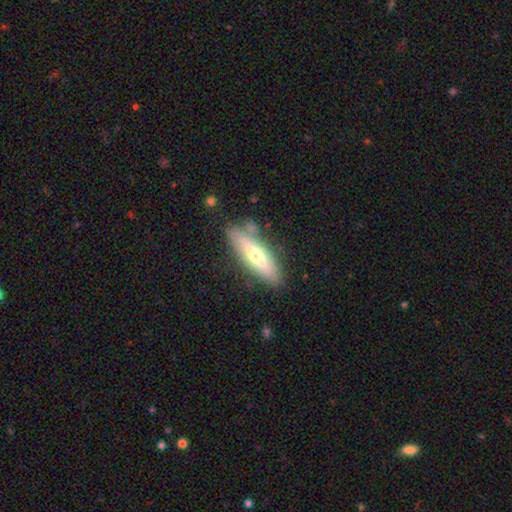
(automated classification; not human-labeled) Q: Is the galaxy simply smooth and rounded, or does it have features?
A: featured or disk — 53%.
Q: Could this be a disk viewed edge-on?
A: yes — 72%.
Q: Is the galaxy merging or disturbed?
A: none — 77%.